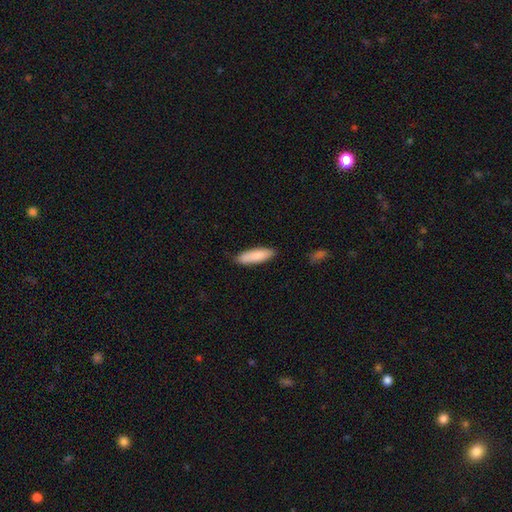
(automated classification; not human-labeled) smooth-or-featured: smooth: 86% | featured or disk: 9% | star or artifact: 5%
  how-rounded: cigar-shaped: 54% | in between: 44% | round: 1%
  merging: none: 84% | minor disturbance: 13% | major disturbance: 2% | merger: 1%